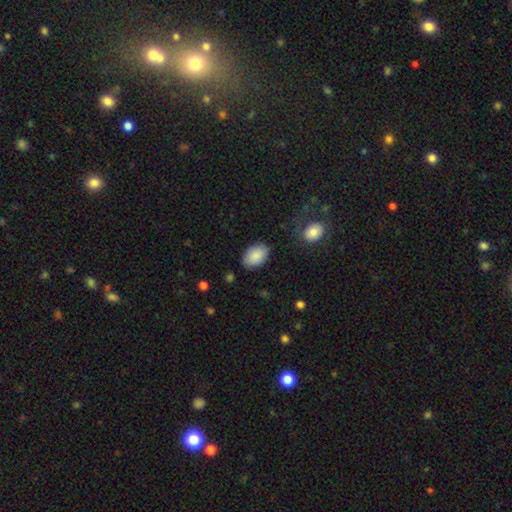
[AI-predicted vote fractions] Smooth or featured: smooth — 88% (star or artifact — 6%)
How rounded: in between — 89% (round — 10%)
Merging: none — 83% (minor disturbance — 12%)